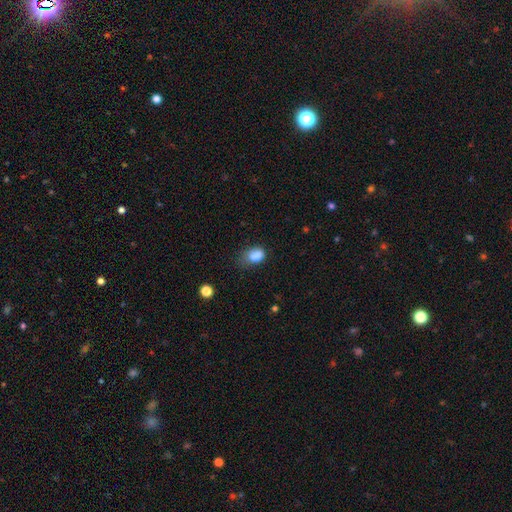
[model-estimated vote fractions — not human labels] Smooth or featured? Predicted: smooth (p=0.83). How rounded? Predicted: in between (p=0.79). Merging? Predicted: none (p=0.43).